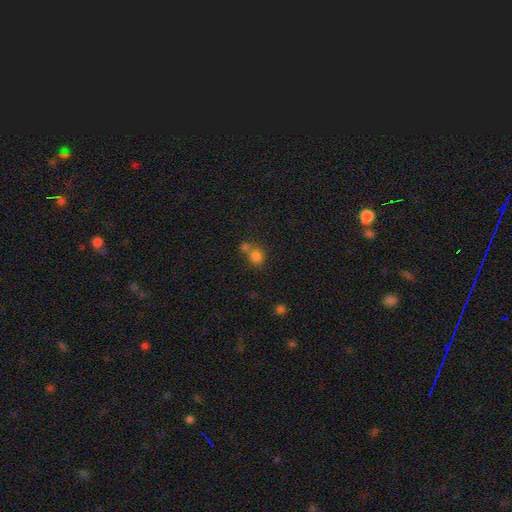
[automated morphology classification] smooth 78%, star or artifact 14%, featured or disk 8%. Down the decision tree: how rounded — round (73%); merging — none (48%).